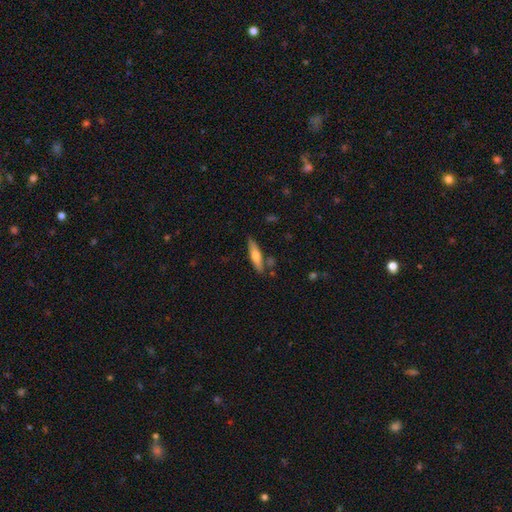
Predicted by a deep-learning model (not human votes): smooth_or_featured: smooth (p=0.56) [alt: featured or disk p=0.38]
how_rounded: cigar-shaped (p=0.77) [alt: in between p=0.21]
merging: none (p=0.80) [alt: minor disturbance p=0.12]